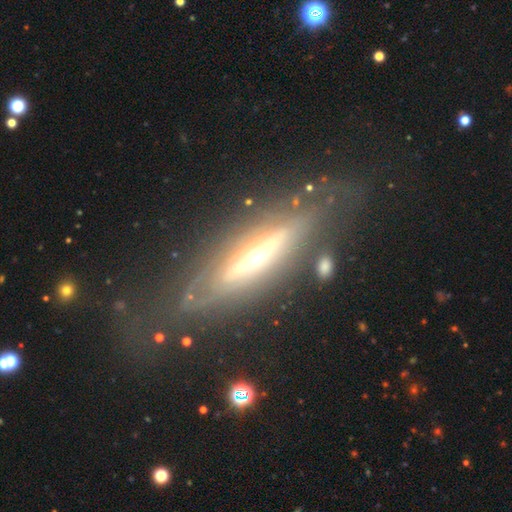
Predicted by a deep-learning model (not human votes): A featured or disk galaxy (80%) viewed edge-on (75%) with a rounded central bulge (84%). Merging: none (68%).